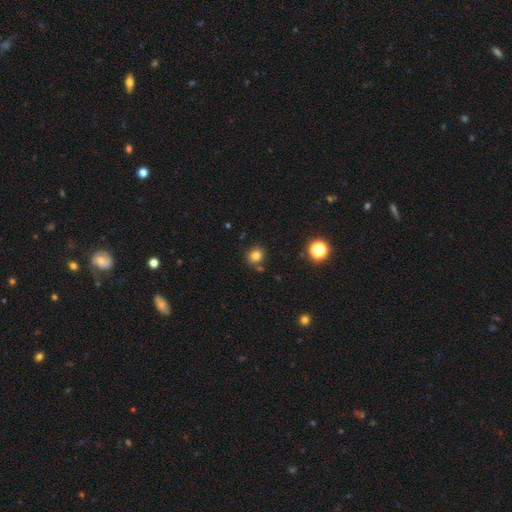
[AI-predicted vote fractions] Morphology: type=smooth (79%); roundness=round (80%); merging=none (81%).